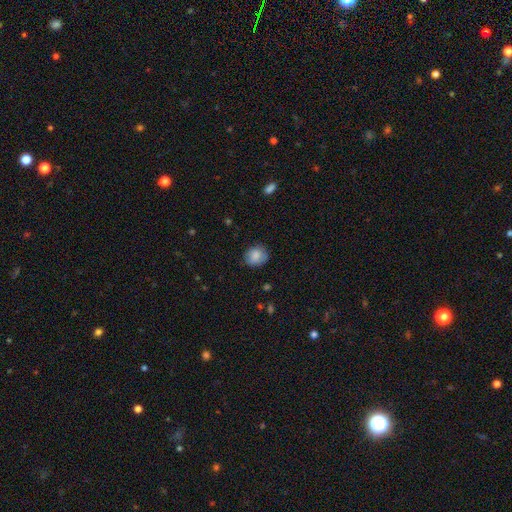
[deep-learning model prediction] Smooth or featured? smooth (83%)
How rounded? round (65%)
Merging? none (78%)